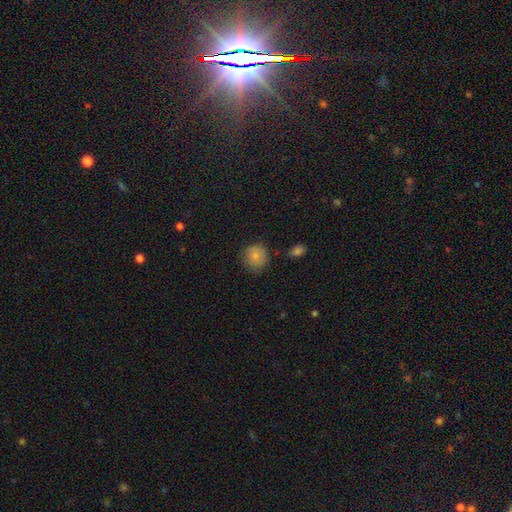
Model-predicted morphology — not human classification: A smooth galaxy with no disk features (83%) that is round (87%). Merging: none (78%).